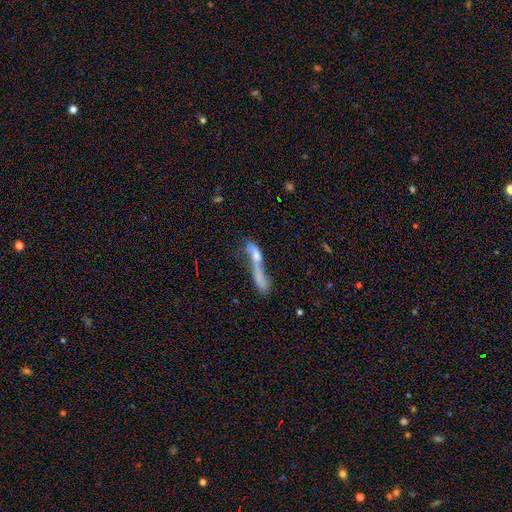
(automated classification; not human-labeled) This is possibly a smooth galaxy (51%). How rounded: likely cigar-shaped (75%). Merging: possibly merger (58%).